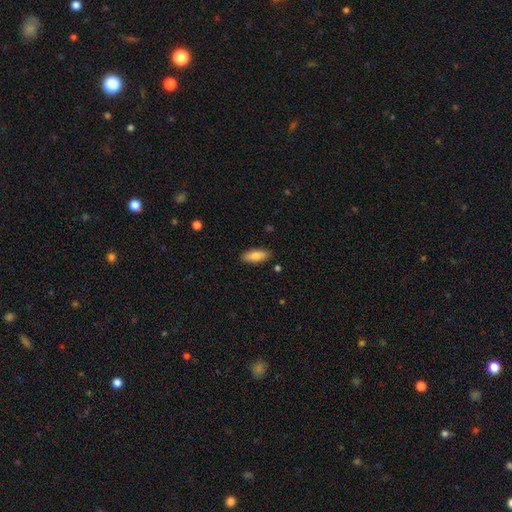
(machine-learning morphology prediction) Smooth or featured: smooth — 80% (featured or disk — 14%)
How rounded: in between — 71% (cigar-shaped — 27%)
Merging: none — 88% (minor disturbance — 9%)